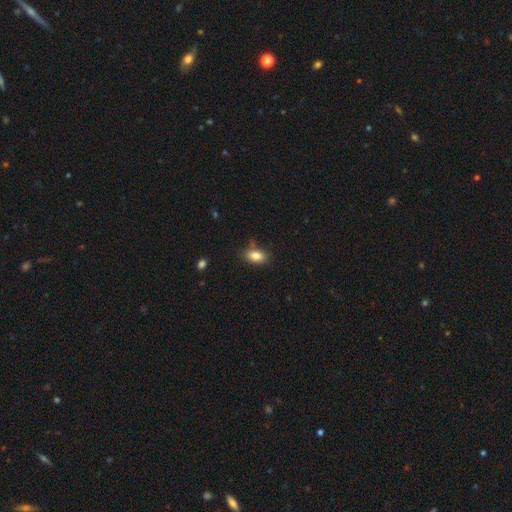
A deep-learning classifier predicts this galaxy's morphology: type=smooth (83%); roundness=in between (87%); merging=none (76%).